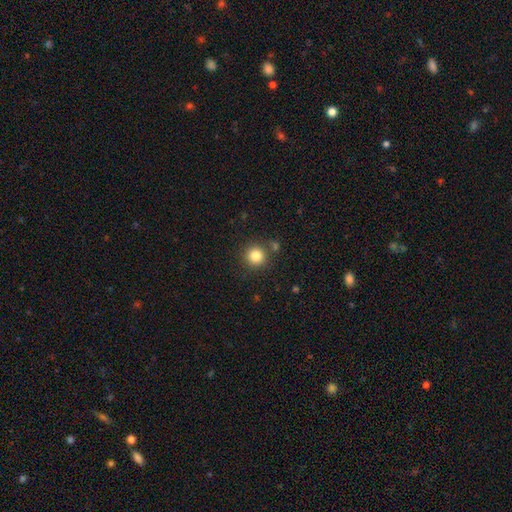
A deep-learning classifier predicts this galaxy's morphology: Smooth or featured? smooth (83%)
How rounded? round (94%)
Merging? none (83%)